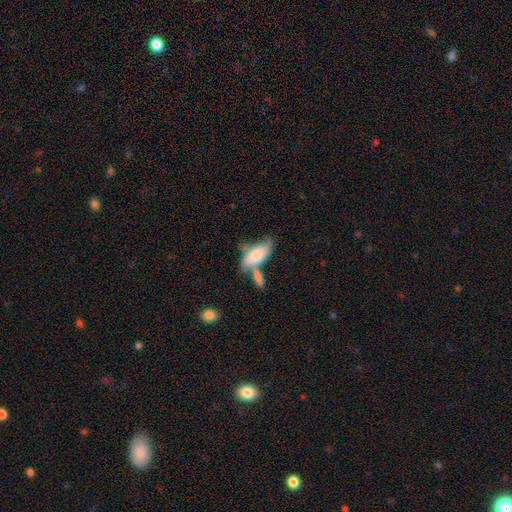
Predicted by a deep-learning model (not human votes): smooth-or-featured: smooth: 72% | featured or disk: 22% | star or artifact: 6%
  how-rounded: in between: 85% | cigar-shaped: 13% | round: 2%
  merging: merger: 42% | none: 28% | minor disturbance: 18% | major disturbance: 11%